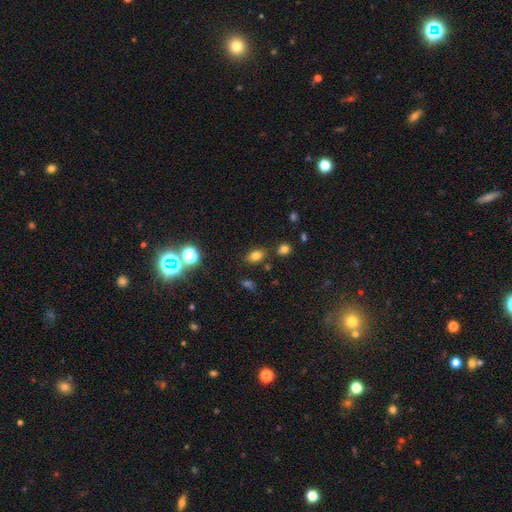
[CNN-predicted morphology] A smooth galaxy with no disk features (76%) that is in between round and cigar-shaped (78%).

Vote fractions:
- Smooth or featured? smooth: 76% / star or artifact: 16% / featured or disk: 8%
- How rounded? in between: 78% / round: 20% / cigar-shaped: 2%
- Merging? none: 79% / minor disturbance: 12% / merger: 6% / major disturbance: 3%